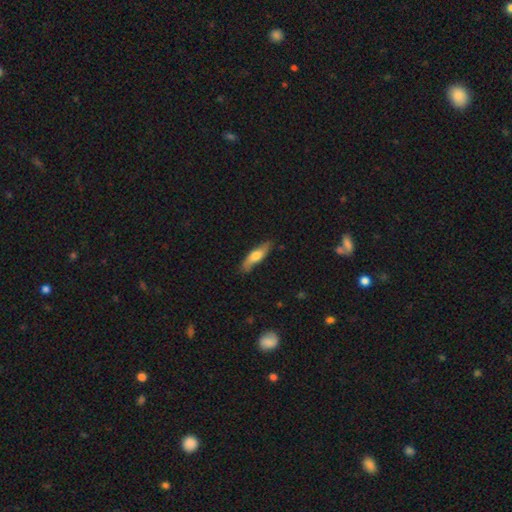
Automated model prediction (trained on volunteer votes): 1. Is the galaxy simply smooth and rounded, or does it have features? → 60% smooth, 35% featured or disk, 6% star or artifact.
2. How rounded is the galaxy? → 66% cigar-shaped, 32% in between, 2% round.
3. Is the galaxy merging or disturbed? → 82% none, 14% minor disturbance, 2% major disturbance, 1% merger.